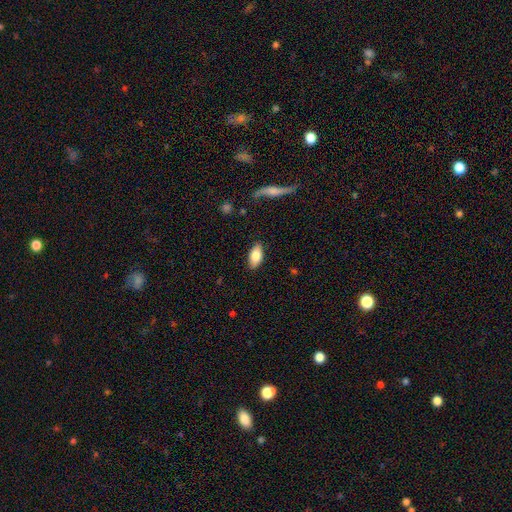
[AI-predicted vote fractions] The model was most divided on "smooth or featured": smooth: 81%, featured or disk: 13%, star or artifact: 7%. More confident: how rounded — in between (91%); merging — none (86%).